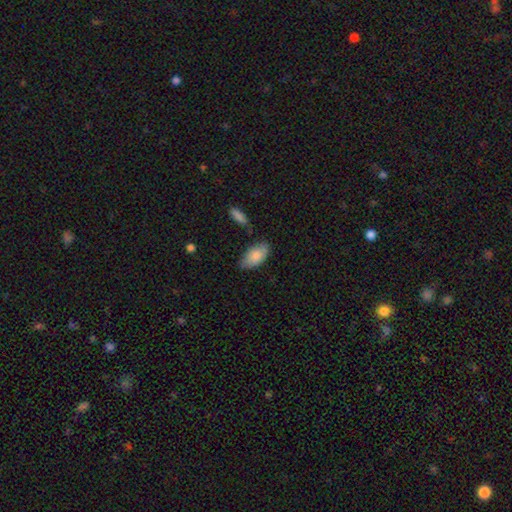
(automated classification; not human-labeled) smooth-or-featured: smooth: 84% | featured or disk: 10% | star or artifact: 6%
  how-rounded: in between: 94% | cigar-shaped: 4% | round: 2%
  merging: none: 71% | minor disturbance: 22% | merger: 4% | major disturbance: 4%